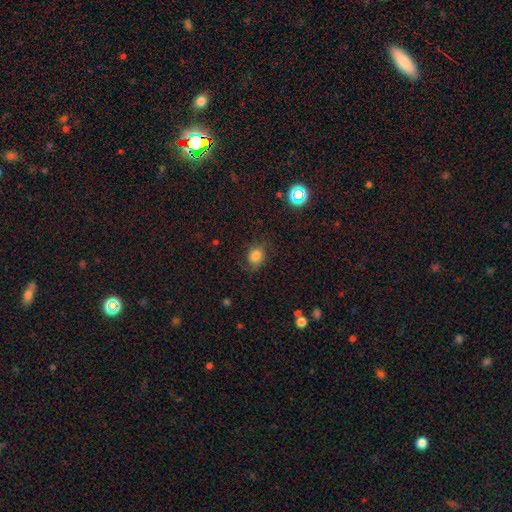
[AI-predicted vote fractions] This appears to be a smooth galaxy with no disk features (67%) that is round (59%). Merging: none (67%).